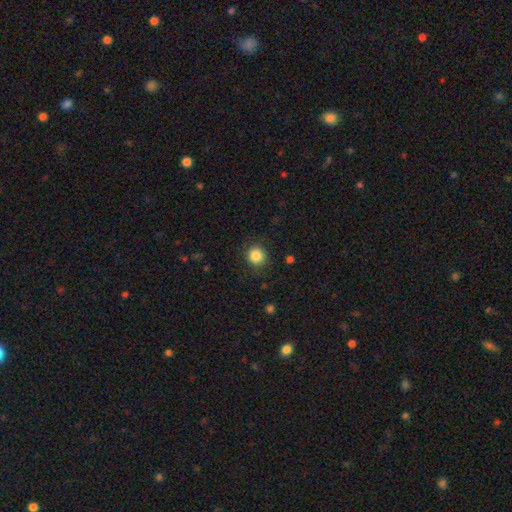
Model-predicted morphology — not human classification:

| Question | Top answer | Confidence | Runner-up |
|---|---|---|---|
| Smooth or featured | smooth | 85% | star or artifact (11%) |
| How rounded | round | 88% | in between (11%) |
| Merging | none | 86% | minor disturbance (9%) |